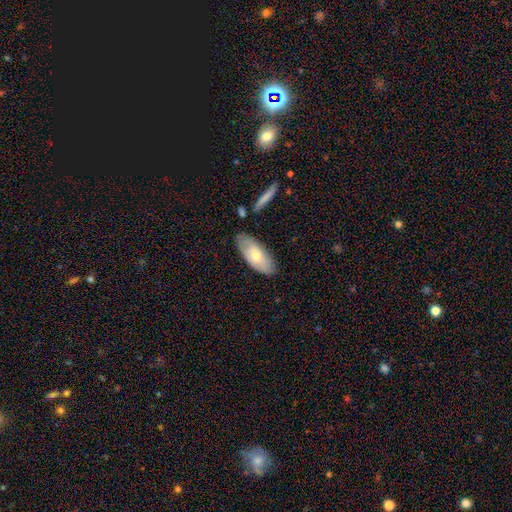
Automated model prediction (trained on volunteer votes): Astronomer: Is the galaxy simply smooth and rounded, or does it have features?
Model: smooth — 66%.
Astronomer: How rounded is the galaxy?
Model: in between — 86%.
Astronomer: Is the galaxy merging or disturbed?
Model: none — 78%.